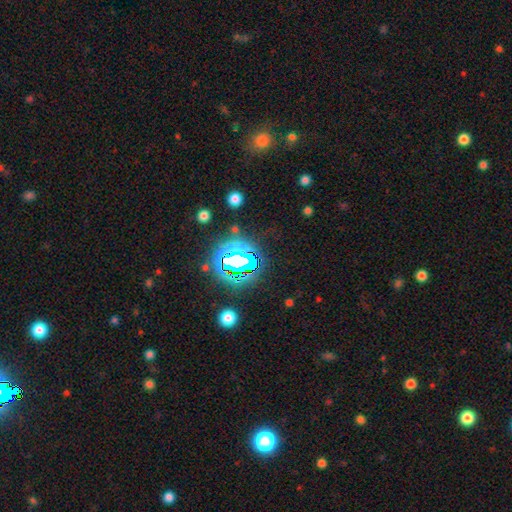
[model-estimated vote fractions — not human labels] This is clearly a star or artifact rather than a galaxy (81%).